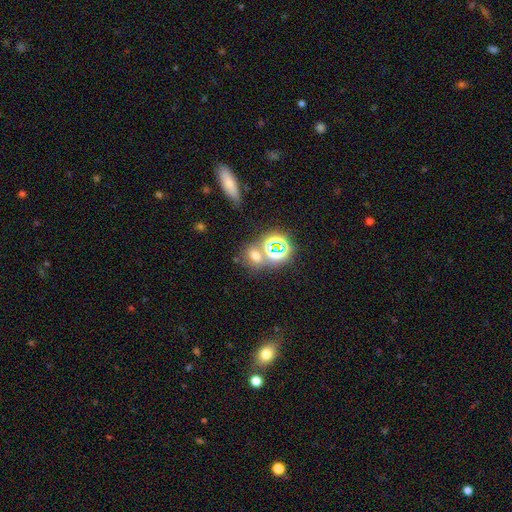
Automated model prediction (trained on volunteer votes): Morphology: type=smooth (55%); roundness=round (50%); merging=none (57%).